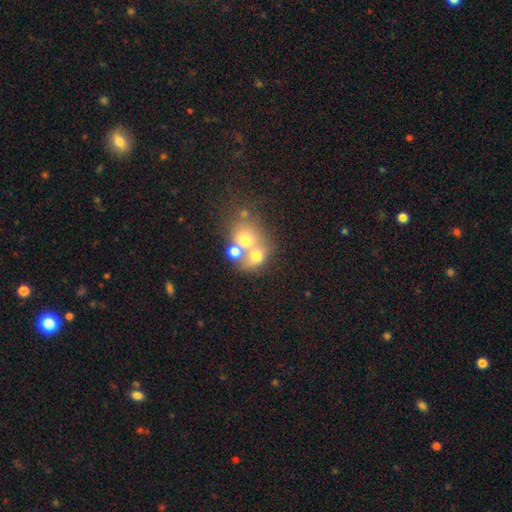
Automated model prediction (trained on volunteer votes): Q: Smooth or featured?
A: smooth (59%); runner-up: featured or disk (26%)
Q: How rounded?
A: round (64%); runner-up: in between (35%)
Q: Merging?
A: merger (58%); runner-up: none (28%)